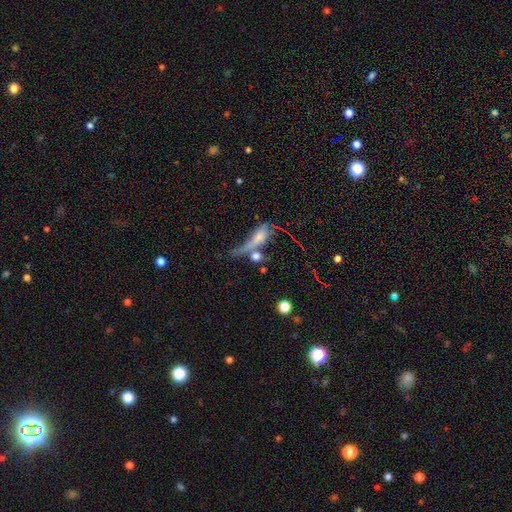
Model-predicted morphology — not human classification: type=smooth (60%); roundness=cigar-shaped (39%); merging=none (41%).